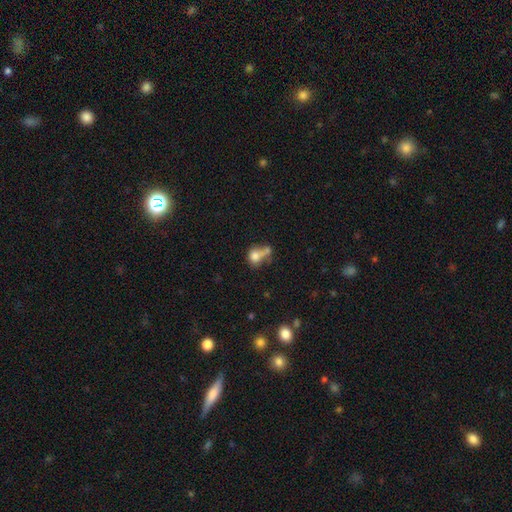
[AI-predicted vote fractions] This appears to be a smooth galaxy with no disk features (73%) that is round (58%). Merging: merger (47%).